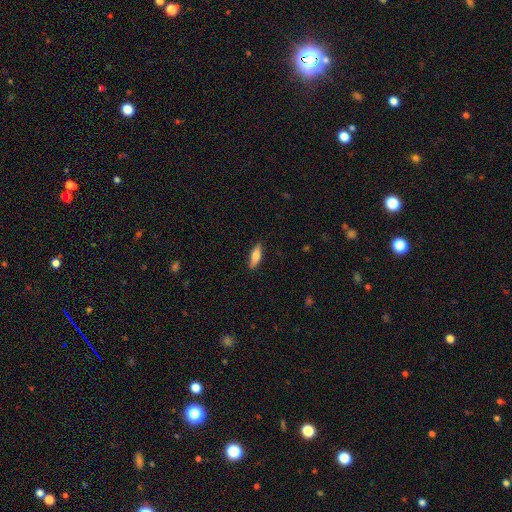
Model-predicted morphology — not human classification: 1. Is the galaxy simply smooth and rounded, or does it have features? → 72% smooth, 22% featured or disk, 6% star or artifact.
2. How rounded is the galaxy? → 55% in between, 43% cigar-shaped, 2% round.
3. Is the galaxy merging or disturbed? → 86% none, 11% minor disturbance, 2% major disturbance, 1% merger.